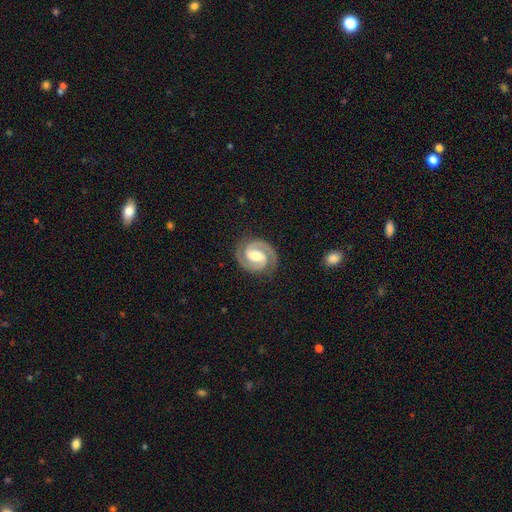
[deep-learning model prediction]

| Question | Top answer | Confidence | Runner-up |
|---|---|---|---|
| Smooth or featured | featured or disk | 92% | smooth (5%) |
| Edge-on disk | no | 98% | yes (2%) |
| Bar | weak | 42% | strong (40%) |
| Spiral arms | yes | 98% | no (2%) |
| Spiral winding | tight | 56% | medium (40%) |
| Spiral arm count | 2 | 94% | can't tell (2%) |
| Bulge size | moderate | 66% | small (18%) |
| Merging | none | 86% | minor disturbance (10%) |